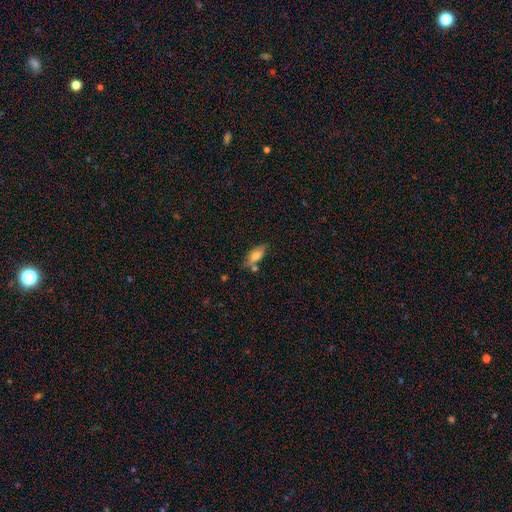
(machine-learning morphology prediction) smooth 72%, featured or disk 20%, star or artifact 8%. Down the decision tree: how rounded — in between (79%); merging — none (65%).